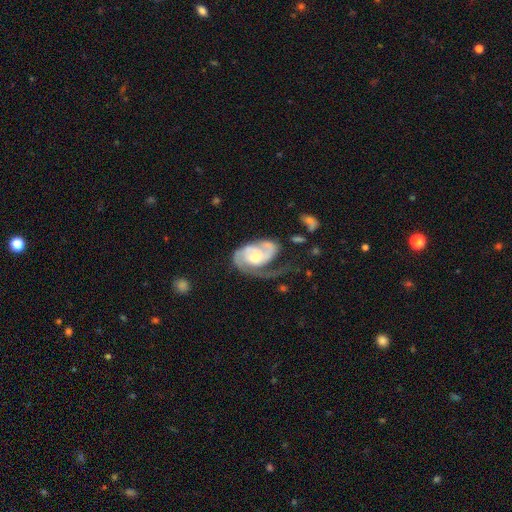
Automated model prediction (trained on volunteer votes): Smooth or featured?
  - featured or disk: 84% *
  - smooth: 11%
  - star or artifact: 5%
Edge-on disk?
  - no: 98% *
  - yes: 2%
Bar?
  - no: 58% *
  - weak: 35%
  - strong: 7%
Spiral arms?
  - yes: 95% *
  - no: 5%
Spiral winding?
  - tight: 42% *
  - medium: 40%
  - loose: 18%
Spiral arm count?
  - 2: 42% *
  - 1: 32%
  - can't tell: 12%
  - 3: 9%
  - 4: 2%
  - more than 4: 2%
Bulge size?
  - moderate: 48% *
  - small: 23%
  - large: 18%
  - none: 9%
  - dominant: 2%
Merging?
  - major disturbance: 43% *
  - none: 31%
  - minor disturbance: 22%
  - merger: 4%